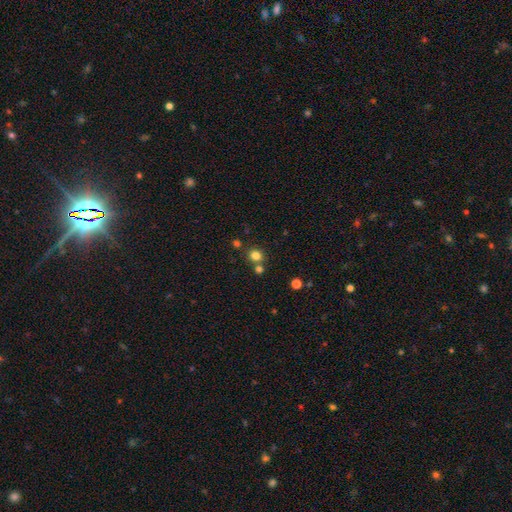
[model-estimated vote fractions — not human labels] Smooth or featured? Predicted: smooth (p=0.80). How rounded? Predicted: round (p=0.84). Merging? Predicted: none (p=0.71).